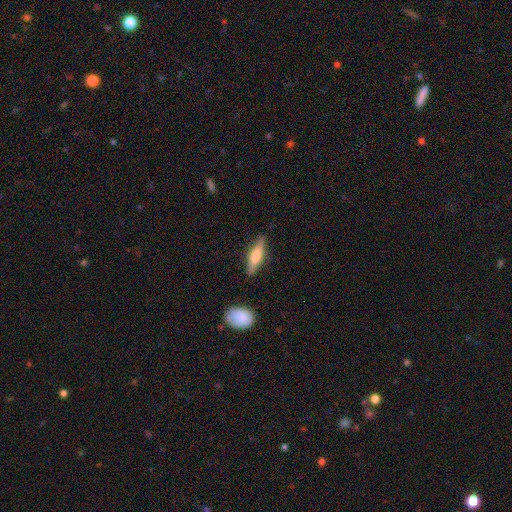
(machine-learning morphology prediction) Smooth or featured: featured or disk — 47% (smooth — 46%)
Merging: none — 82% (minor disturbance — 12%)